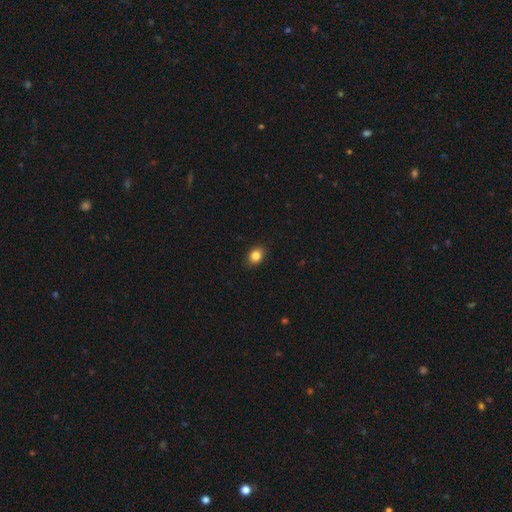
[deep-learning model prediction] smooth-or-featured: smooth: 85% | star or artifact: 10% | featured or disk: 6%
  how-rounded: in between: 61% | round: 38% | cigar-shaped: 1%
  merging: none: 89% | minor disturbance: 8% | major disturbance: 2% | merger: 1%